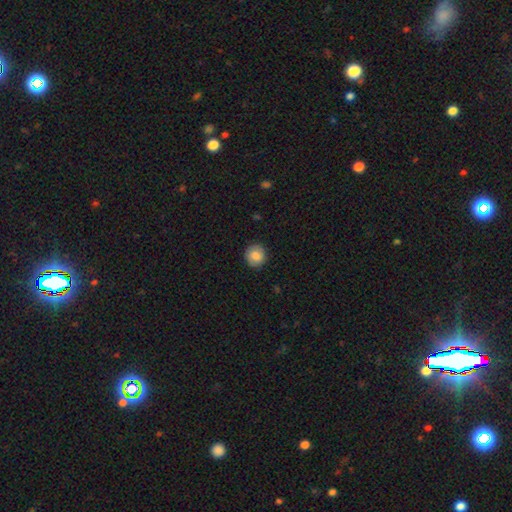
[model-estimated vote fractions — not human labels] This is clearly a smooth galaxy (83%). How rounded: clearly round (91%). Merging: clearly none (89%).